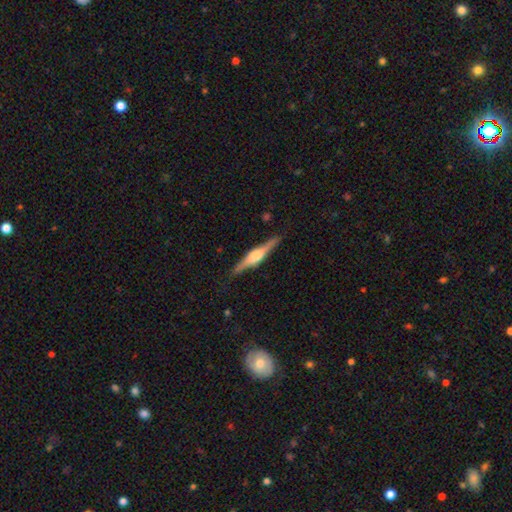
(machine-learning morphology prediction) Smooth or featured? Predicted: featured or disk (p=0.74). Edge-on disk? Predicted: yes (p=0.98). Edge-on bulge? Predicted: rounded (p=0.82). Merging? Predicted: none (p=0.87).